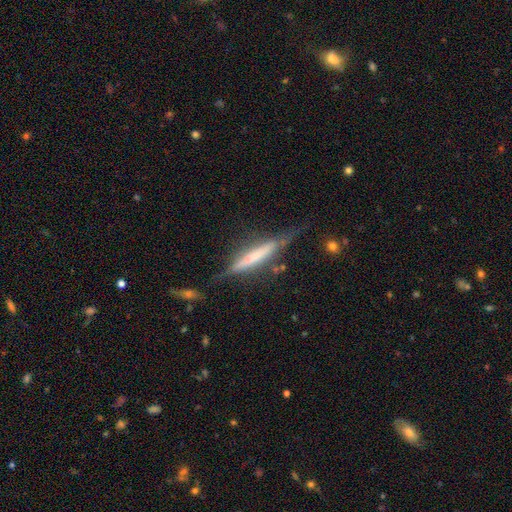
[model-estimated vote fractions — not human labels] Smooth or featured: featured or disk — 54% (smooth — 39%)
Edge-on disk: yes — 90% (no — 10%)
Merging: none — 61% (minor disturbance — 25%)